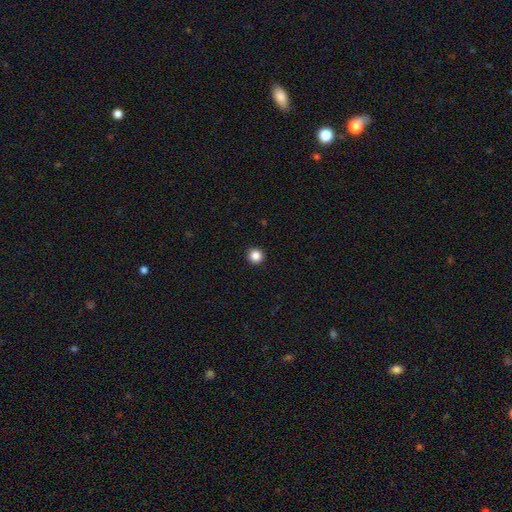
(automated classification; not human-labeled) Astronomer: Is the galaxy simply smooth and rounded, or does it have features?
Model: smooth — 86%.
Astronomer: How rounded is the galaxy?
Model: round — 96%.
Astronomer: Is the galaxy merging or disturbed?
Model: none — 94%.